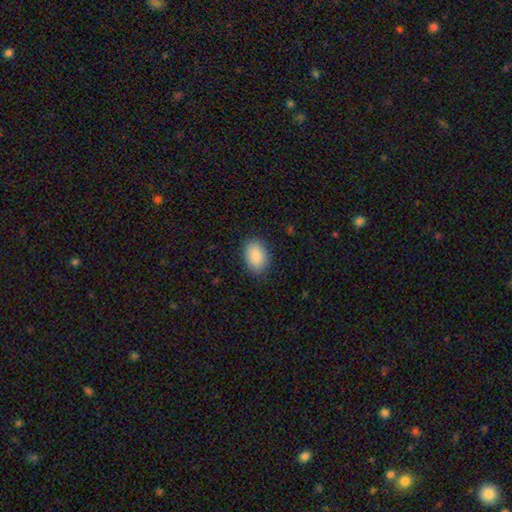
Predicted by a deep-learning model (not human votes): smooth_or_featured: smooth (p=0.90) [alt: star or artifact p=0.06]
how_rounded: in between (p=0.87) [alt: round p=0.11]
merging: none (p=0.87) [alt: minor disturbance p=0.10]